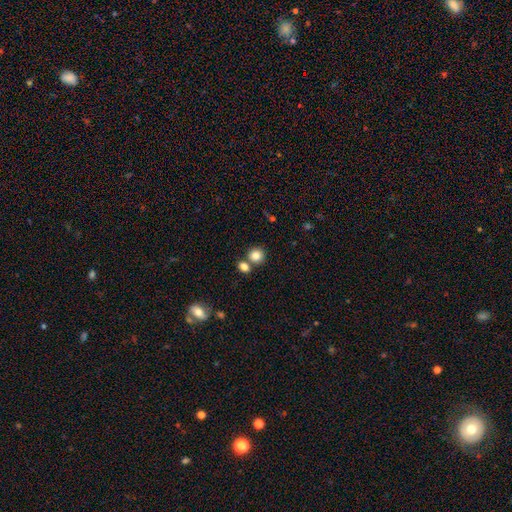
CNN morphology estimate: Smooth or featured? smooth (83%)
How rounded? round (86%)
Merging? none (63%)